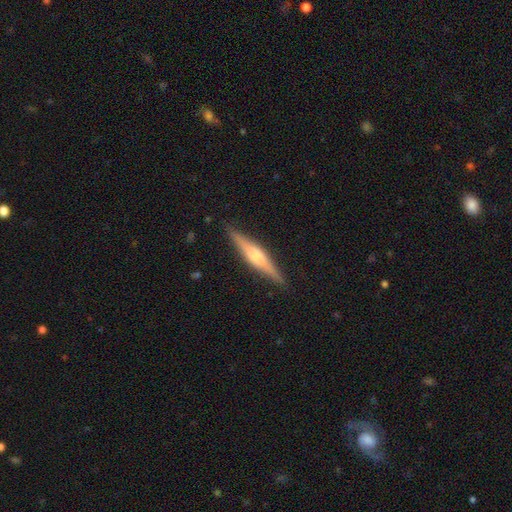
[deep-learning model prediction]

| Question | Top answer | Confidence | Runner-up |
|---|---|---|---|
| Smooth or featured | featured or disk | 67% | smooth (27%) |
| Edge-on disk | yes | 97% | no (3%) |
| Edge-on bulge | rounded | 78% | boxy (16%) |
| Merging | none | 89% | minor disturbance (8%) |